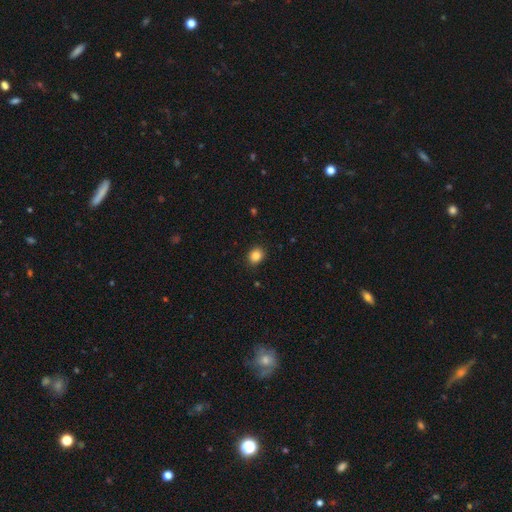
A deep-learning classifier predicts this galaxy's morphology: This appears to be a smooth galaxy with no disk features (86%) that is round (60%). Merging: none (88%).